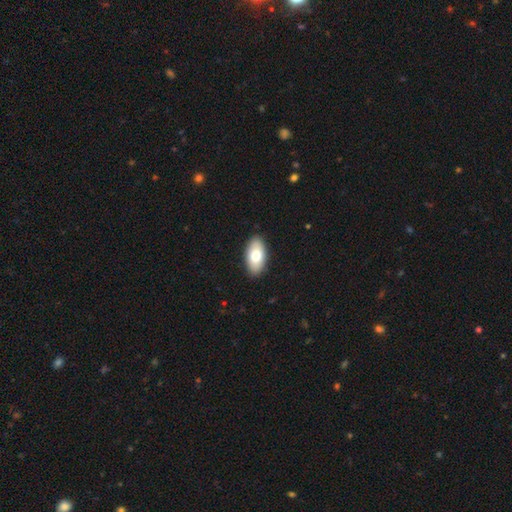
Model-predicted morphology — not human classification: smooth-or-featured: smooth: 74% | featured or disk: 20% | star or artifact: 6%
  how-rounded: in between: 94% | round: 3% | cigar-shaped: 3%
  merging: none: 89% | minor disturbance: 8% | major disturbance: 2% | merger: 1%